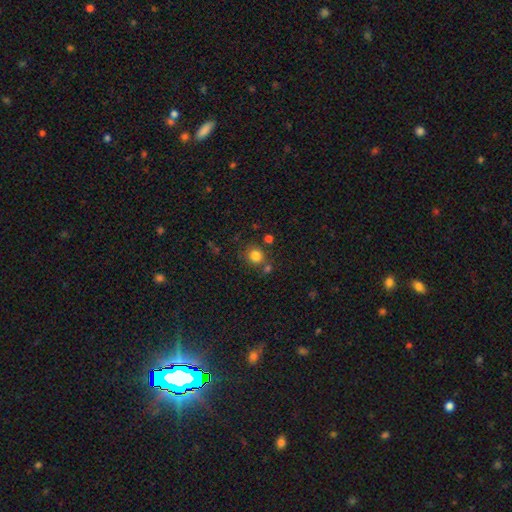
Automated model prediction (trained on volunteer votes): Smooth or featured?
  - smooth: 82% *
  - star or artifact: 13%
  - featured or disk: 6%
How rounded?
  - round: 87% *
  - in between: 12%
  - cigar-shaped: 1%
Merging?
  - none: 74% *
  - merger: 13%
  - minor disturbance: 10%
  - major disturbance: 4%